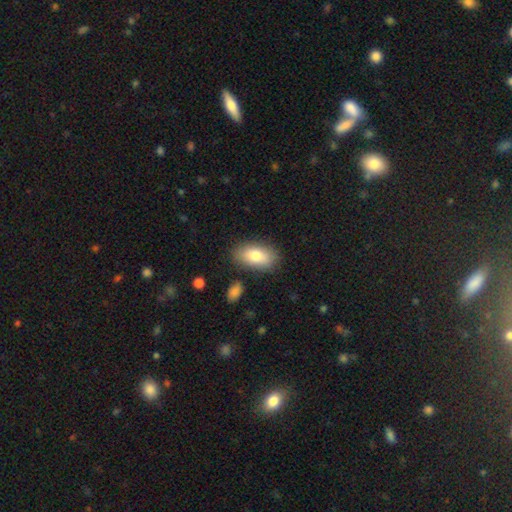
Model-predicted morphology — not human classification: A smooth galaxy with no disk features (79%) that is in between round and cigar-shaped (93%).

Vote fractions:
- Smooth or featured? smooth: 79% / featured or disk: 15% / star or artifact: 7%
- How rounded? in between: 93% / round: 5% / cigar-shaped: 3%
- Merging? none: 82% / minor disturbance: 12% / major disturbance: 3% / merger: 3%